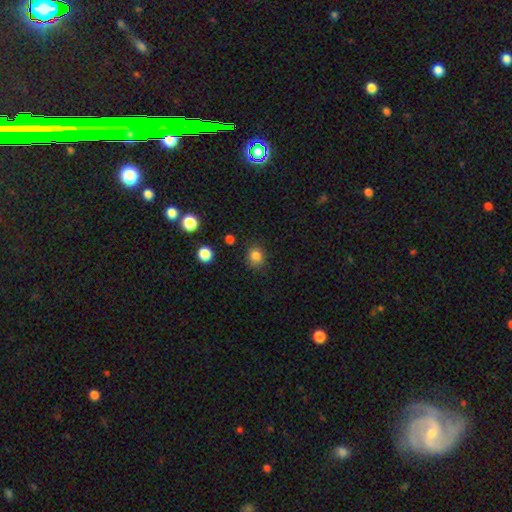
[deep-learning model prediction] A smooth galaxy with no disk features (83%) that is round (80%).

Vote fractions:
- Smooth or featured? smooth: 83% / star or artifact: 13% / featured or disk: 5%
- How rounded? round: 80% / in between: 19% / cigar-shaped: 1%
- Merging? none: 84% / minor disturbance: 11% / major disturbance: 3% / merger: 2%